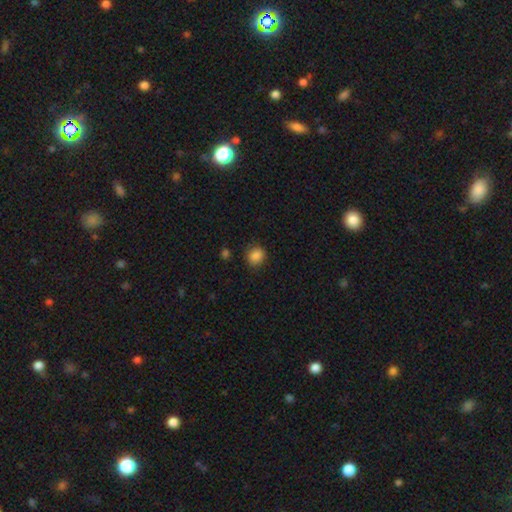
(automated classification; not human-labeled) A smooth galaxy with no disk features (86%) that is round (76%).

Vote fractions:
- Smooth or featured? smooth: 86% / star or artifact: 10% / featured or disk: 3%
- How rounded? round: 76% / in between: 24% / cigar-shaped: 1%
- Merging? none: 84% / minor disturbance: 12% / major disturbance: 3% / merger: 2%